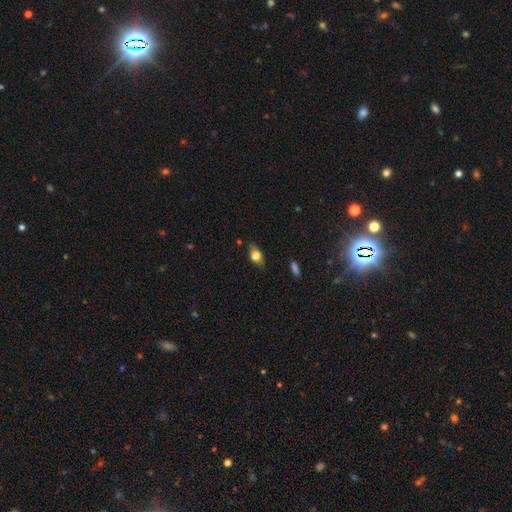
A smooth galaxy with no disk features (69%) that is in between round and cigar-shaped (93%). Merging: none (71%).